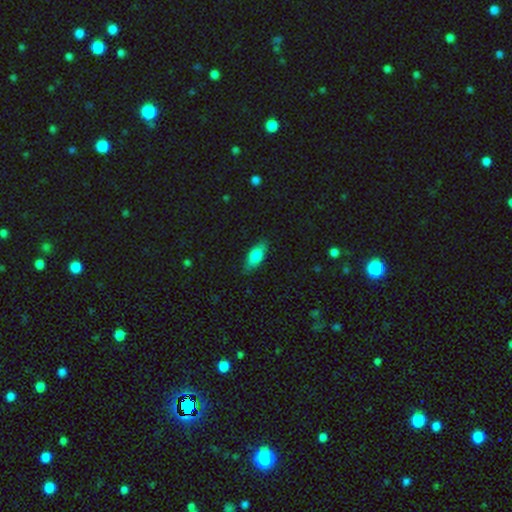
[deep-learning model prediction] Smooth or featured? Predicted: smooth (p=0.73). How rounded? Predicted: in between (p=0.77). Merging? Predicted: none (p=0.84).